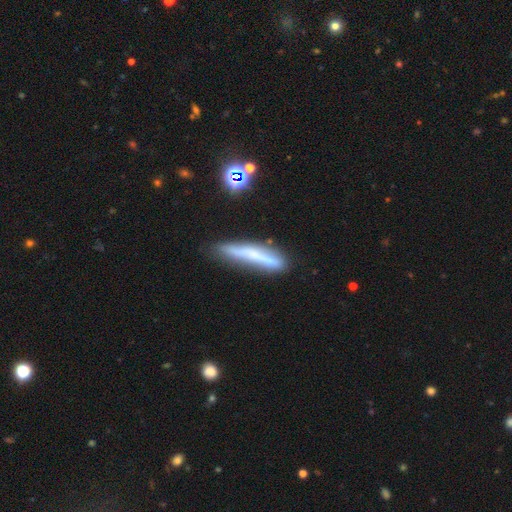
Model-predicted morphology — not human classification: A smooth galaxy with no disk features (48%).

Vote fractions:
- Smooth or featured? smooth: 48% / featured or disk: 41% / star or artifact: 11%
- Merging? none: 65% / minor disturbance: 23% / major disturbance: 7% / merger: 5%